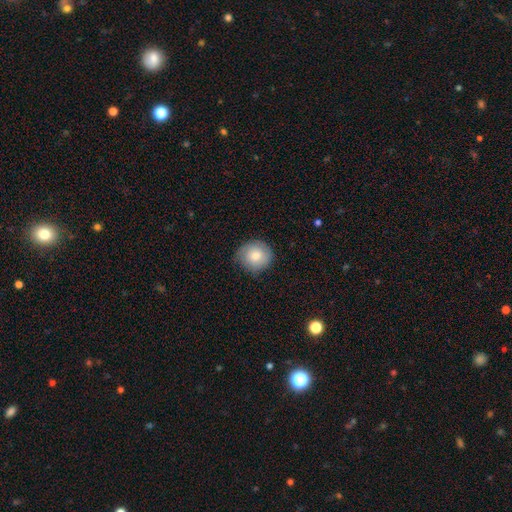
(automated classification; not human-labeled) smooth 76%, featured or disk 16%, star or artifact 8%. Down the decision tree: how rounded — round (88%); merging — none (77%).